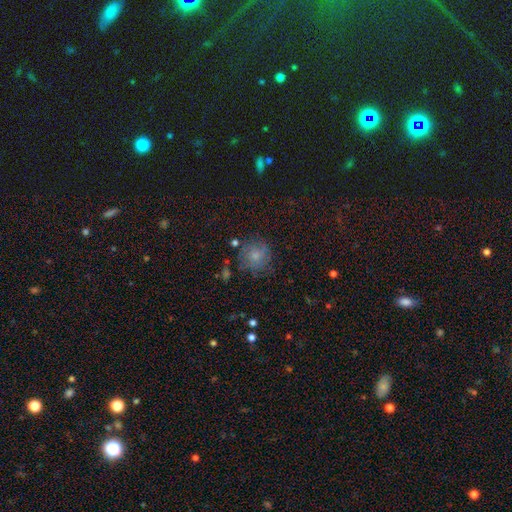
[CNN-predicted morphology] A smooth galaxy with no disk features (66%) that is round (89%).

Vote fractions:
- Smooth or featured? smooth: 66% / featured or disk: 21% / star or artifact: 13%
- How rounded? round: 89% / in between: 10% / cigar-shaped: 1%
- Merging? none: 70% / minor disturbance: 19% / major disturbance: 8% / merger: 4%